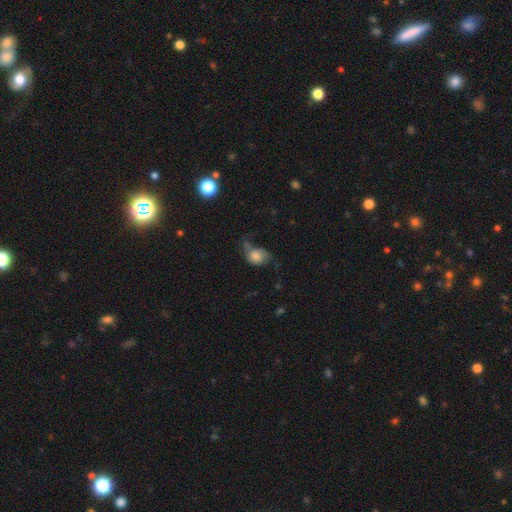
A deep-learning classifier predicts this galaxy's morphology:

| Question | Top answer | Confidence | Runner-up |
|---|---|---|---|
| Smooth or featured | smooth | 62% | featured or disk (28%) |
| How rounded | in between | 58% | round (40%) |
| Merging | none | 31% | minor disturbance (30%) |